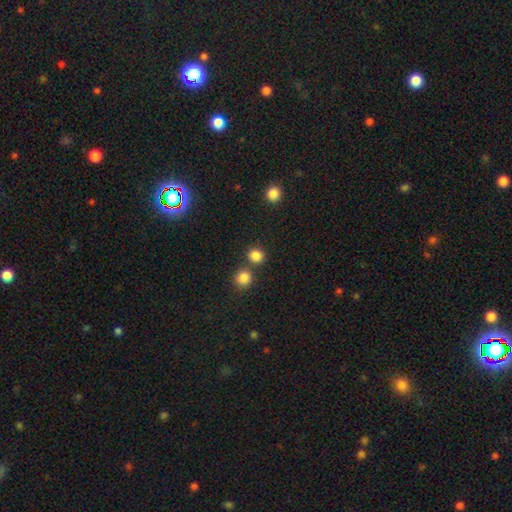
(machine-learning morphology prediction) Smooth or featured?
  - smooth: 84% *
  - star or artifact: 12%
  - featured or disk: 4%
How rounded?
  - round: 83% *
  - in between: 16%
  - cigar-shaped: 1%
Merging?
  - none: 72% *
  - merger: 18%
  - minor disturbance: 7%
  - major disturbance: 3%